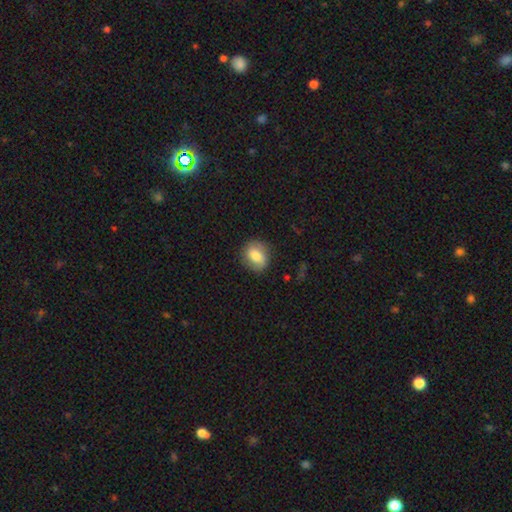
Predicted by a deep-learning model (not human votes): Q: Smooth or featured?
A: smooth (70%); runner-up: featured or disk (22%)
Q: How rounded?
A: round (59%); runner-up: in between (40%)
Q: Merging?
A: none (78%); runner-up: minor disturbance (16%)